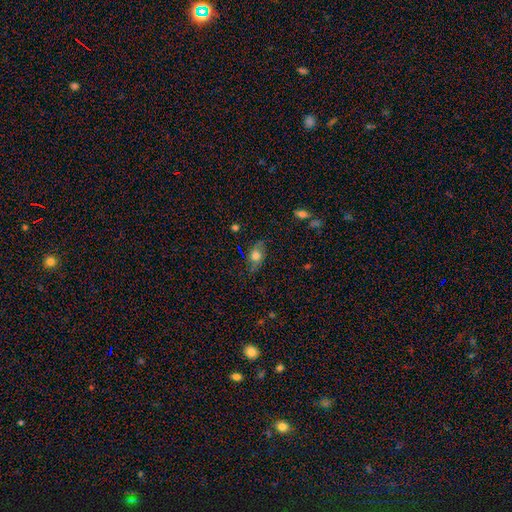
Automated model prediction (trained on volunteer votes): This appears to be a smooth galaxy with no disk features (53%) that is in between round and cigar-shaped (69%). Merging: none (71%).